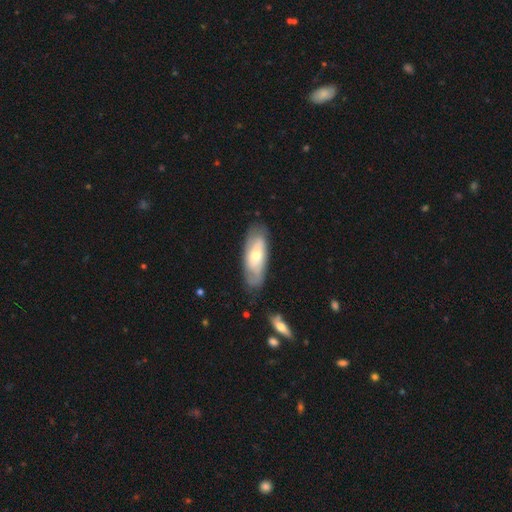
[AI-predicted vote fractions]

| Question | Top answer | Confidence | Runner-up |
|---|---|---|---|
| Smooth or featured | featured or disk | 54% | smooth (41%) |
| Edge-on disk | no | 80% | yes (20%) |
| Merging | none | 71% | minor disturbance (20%) |